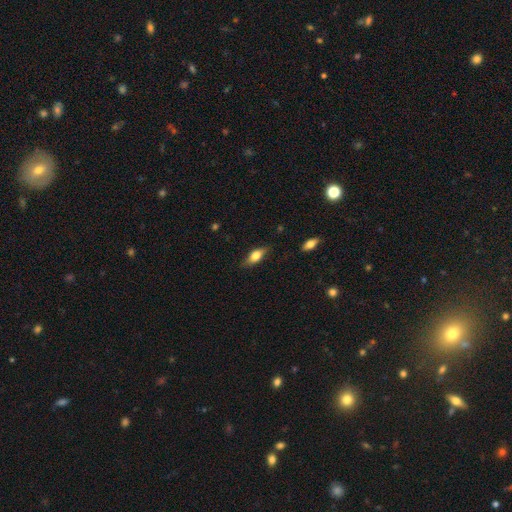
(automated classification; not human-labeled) smooth_or_featured: smooth (p=0.70) [alt: featured or disk p=0.23]
how_rounded: in between (p=0.78) [alt: cigar-shaped p=0.18]
merging: none (p=0.78) [alt: minor disturbance p=0.17]